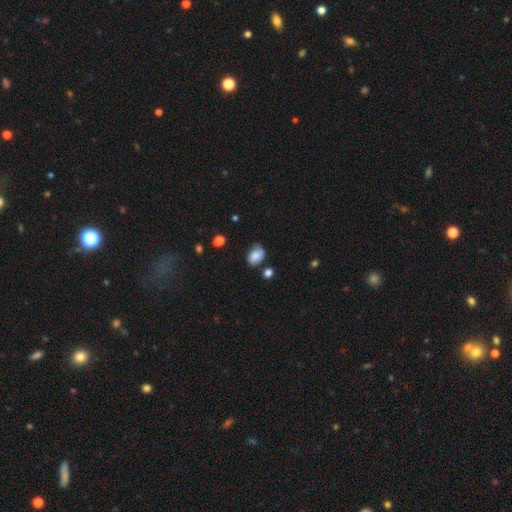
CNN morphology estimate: smooth 80%, featured or disk 10%, star or artifact 9%. Down the decision tree: how rounded — in between (70%); merging — none (62%).